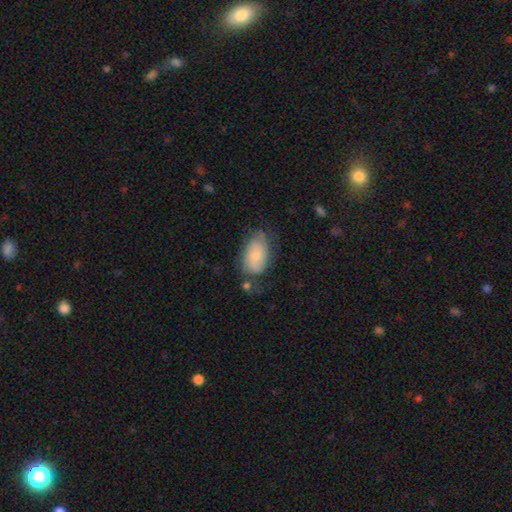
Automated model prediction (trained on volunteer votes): A smooth galaxy with no disk features (66%) that is in between round and cigar-shaped (92%).

Vote fractions:
- Smooth or featured? smooth: 66% / featured or disk: 28% / star or artifact: 7%
- How rounded? in between: 92% / round: 6% / cigar-shaped: 2%
- Merging? none: 52% / minor disturbance: 31% / major disturbance: 13% / merger: 5%